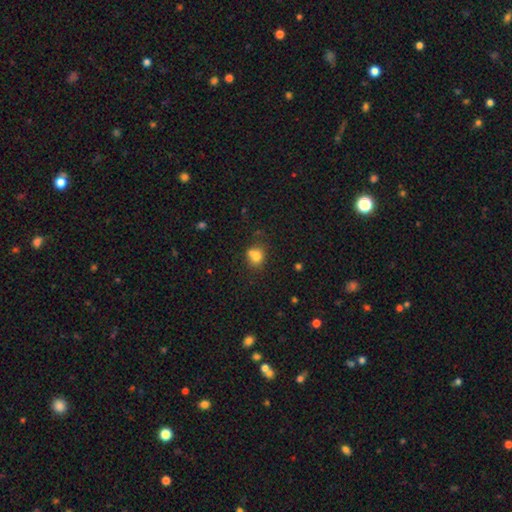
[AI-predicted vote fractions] Smooth or featured? smooth (76%)
How rounded? round (70%)
Merging? none (48%)